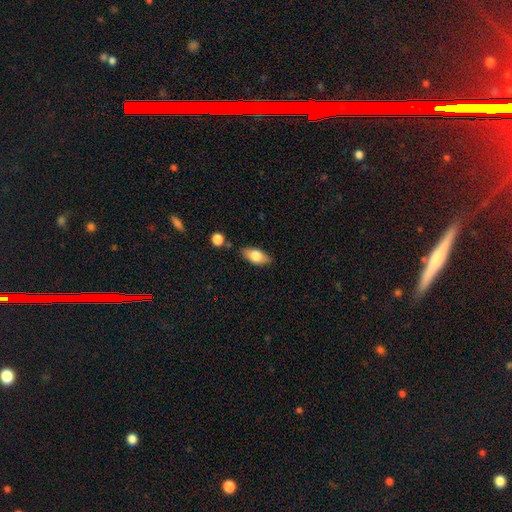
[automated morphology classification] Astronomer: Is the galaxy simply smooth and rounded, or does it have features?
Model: smooth — 76%.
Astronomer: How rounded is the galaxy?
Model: in between — 87%.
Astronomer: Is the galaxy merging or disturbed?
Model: none — 77%.